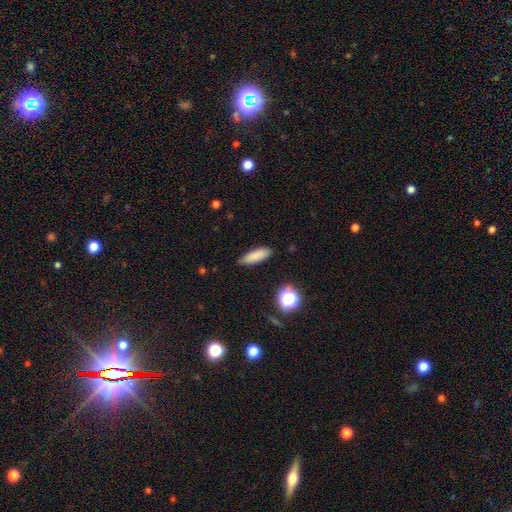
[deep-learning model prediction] A smooth galaxy with no disk features (85%) that is in between round and cigar-shaped (53%).

Vote fractions:
- Smooth or featured? smooth: 85% / star or artifact: 9% / featured or disk: 6%
- How rounded? in between: 53% / cigar-shaped: 45% / round: 2%
- Merging? none: 88% / minor disturbance: 9% / major disturbance: 2% / merger: 1%